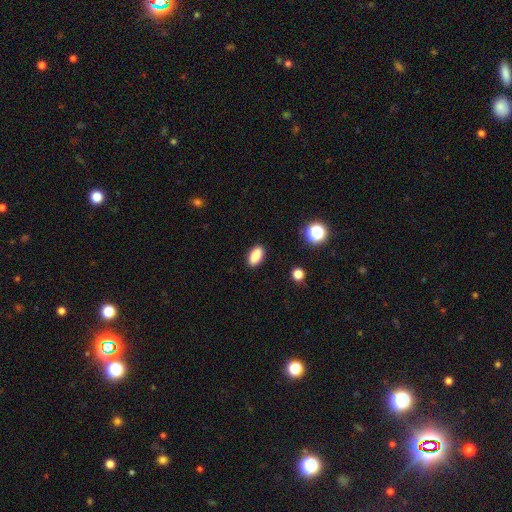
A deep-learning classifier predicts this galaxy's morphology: A smooth galaxy with no disk features (86%) that is in between round and cigar-shaped (88%). Merging: none (89%).